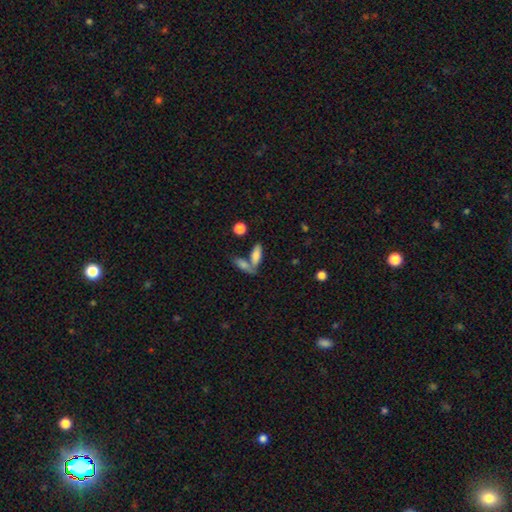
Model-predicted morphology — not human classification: smooth 77%, featured or disk 15%, star or artifact 8%. Down the decision tree: how rounded — in between (68%); merging — none (45%).